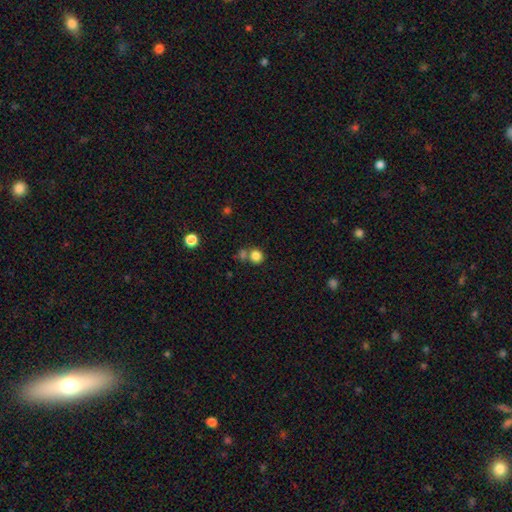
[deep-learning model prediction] smooth 82%, star or artifact 12%, featured or disk 6%. Down the decision tree: how rounded — round (88%); merging — none (59%).